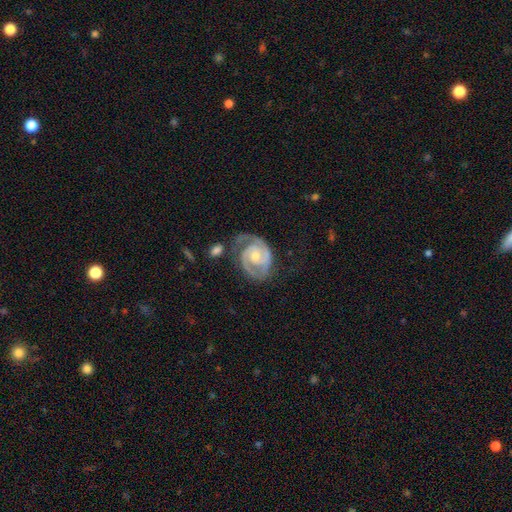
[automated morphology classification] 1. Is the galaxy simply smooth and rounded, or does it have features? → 91% featured or disk, 5% smooth, 4% star or artifact.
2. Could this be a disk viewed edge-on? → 98% no, 2% yes.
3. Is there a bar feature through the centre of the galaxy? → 61% no, 30% weak, 9% strong.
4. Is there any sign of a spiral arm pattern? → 98% yes, 2% no.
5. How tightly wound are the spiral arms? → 62% tight, 33% medium, 5% loose.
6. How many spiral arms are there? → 86% 2, 4% 1, 4% 3, 4% can't tell, 1% 4, 1% more than 4.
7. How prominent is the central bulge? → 49% moderate, 47% small, 2% large, 2% none, 1% dominant.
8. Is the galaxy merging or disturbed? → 65% none, 20% minor disturbance, 10% major disturbance, 5% merger.